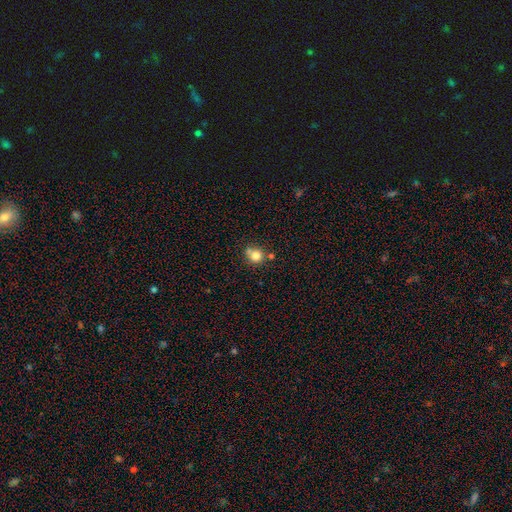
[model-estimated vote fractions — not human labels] Smooth or featured? Predicted: smooth (p=0.78). How rounded? Predicted: round (p=0.85). Merging? Predicted: none (p=0.58).